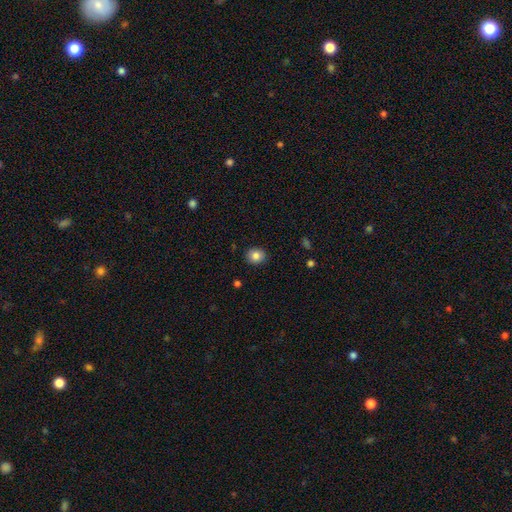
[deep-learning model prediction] smooth 84%, star or artifact 9%, featured or disk 7%. Down the decision tree: how rounded — round (70%); merging — none (89%).